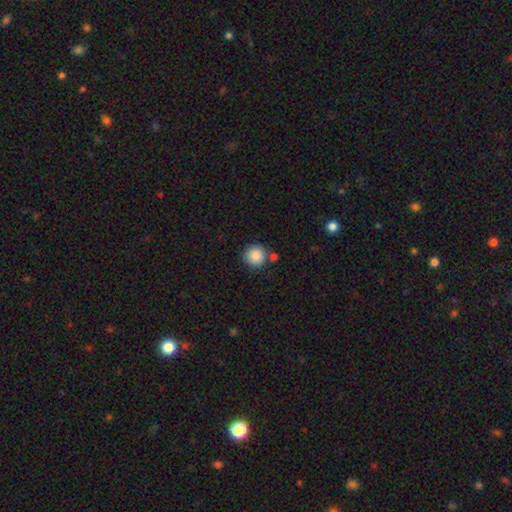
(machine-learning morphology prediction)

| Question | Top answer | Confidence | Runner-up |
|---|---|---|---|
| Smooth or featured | smooth | 88% | star or artifact (8%) |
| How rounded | round | 95% | in between (5%) |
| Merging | none | 80% | merger (9%) |